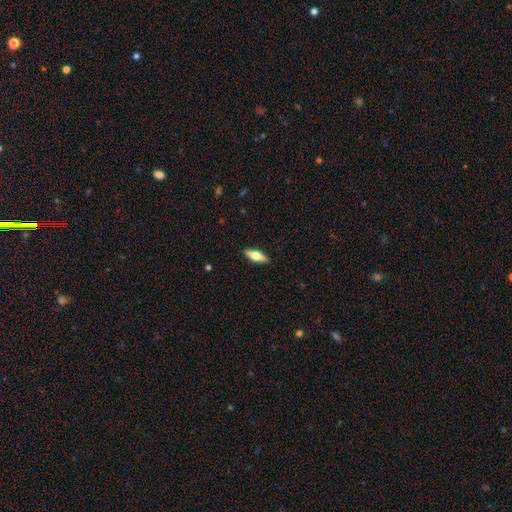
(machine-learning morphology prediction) Smooth or featured? smooth (55%)
How rounded? in between (58%)
Merging? none (90%)